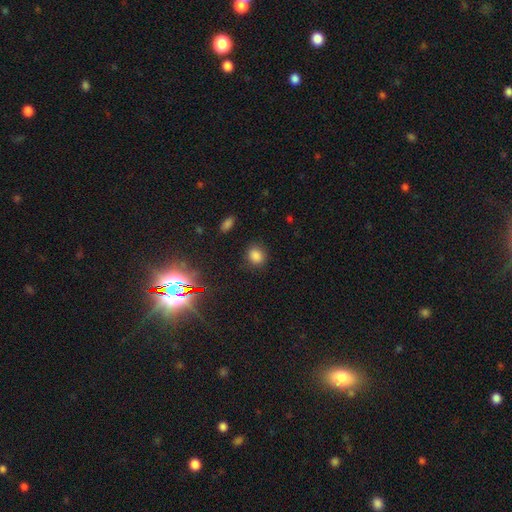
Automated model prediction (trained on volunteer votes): This is likely a smooth galaxy (79%). How rounded: likely round (65%). Merging: clearly none (85%).